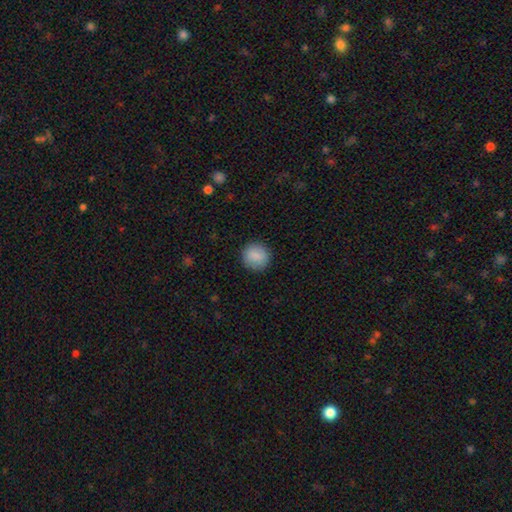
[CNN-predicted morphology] type=smooth (88%); roundness=round (92%); merging=none (90%).